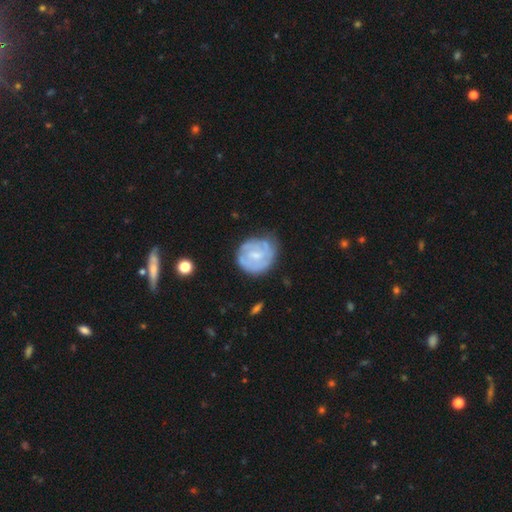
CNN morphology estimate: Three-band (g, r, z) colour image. It shows a featured or disk galaxy (61%) with a weak bar (46%, tied with no), spiral arms (71%) and a small central bulge (51%). Merging: none (62%).